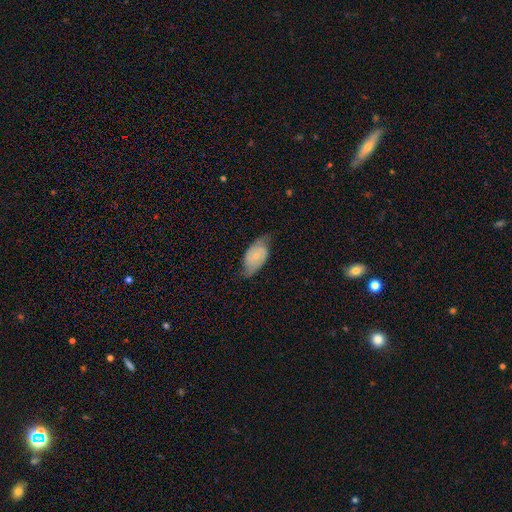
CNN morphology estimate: This is possibly a featured or disk galaxy (52%). It is clearly not viewed edge-on (93%). Merging: possibly none (60%).